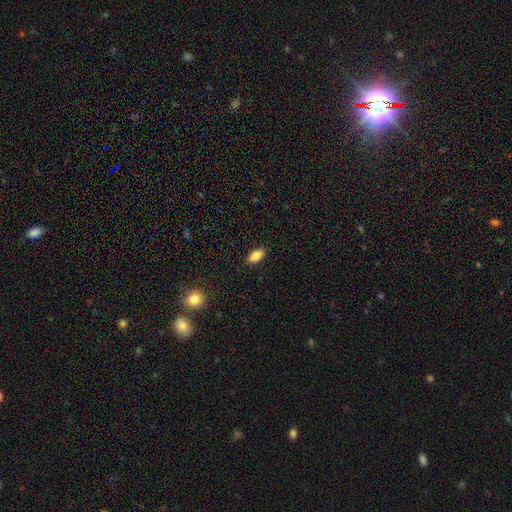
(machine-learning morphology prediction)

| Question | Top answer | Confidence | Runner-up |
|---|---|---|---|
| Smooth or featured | smooth | 85% | star or artifact (8%) |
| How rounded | in between | 90% | cigar-shaped (6%) |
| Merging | none | 87% | minor disturbance (10%) |